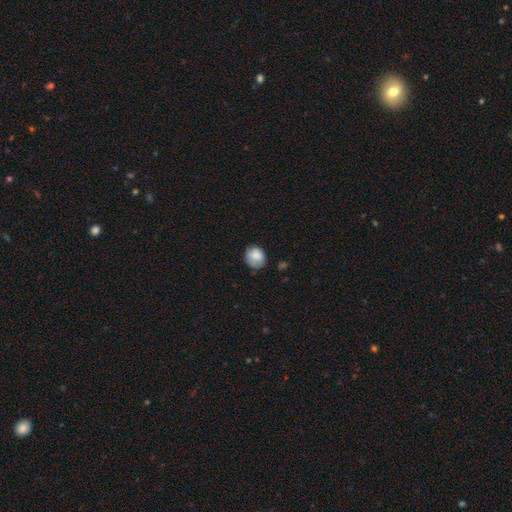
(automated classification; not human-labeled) smooth_or_featured: smooth (p=0.81) [alt: featured or disk p=0.11]
how_rounded: round (p=0.68) [alt: in between p=0.32]
merging: none (p=0.63) [alt: minor disturbance p=0.28]